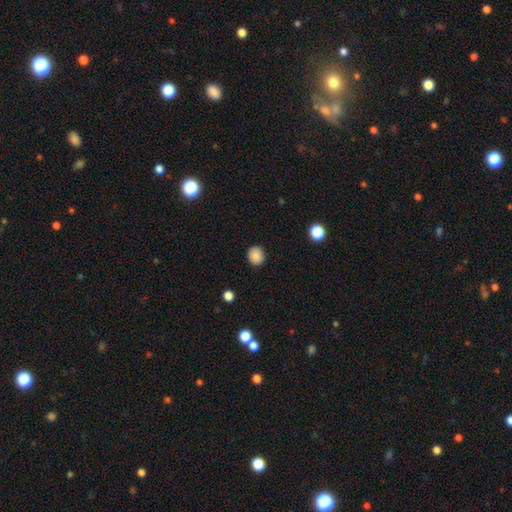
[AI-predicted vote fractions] Smooth or featured?
  - smooth: 86% *
  - star or artifact: 9%
  - featured or disk: 5%
How rounded?
  - round: 84% *
  - in between: 15%
  - cigar-shaped: 1%
Merging?
  - none: 90% *
  - minor disturbance: 7%
  - major disturbance: 2%
  - merger: 1%